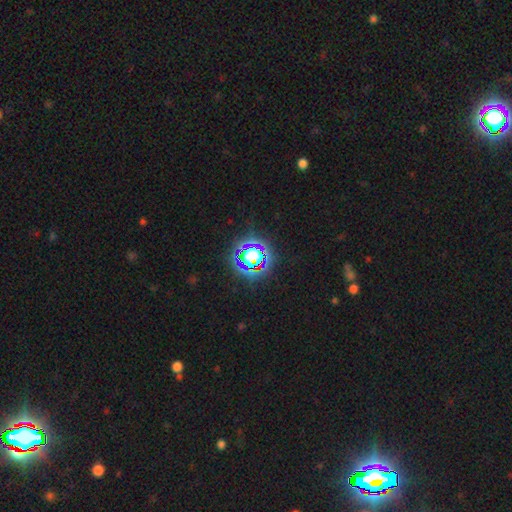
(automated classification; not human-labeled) Overall: star or artifact (66%).